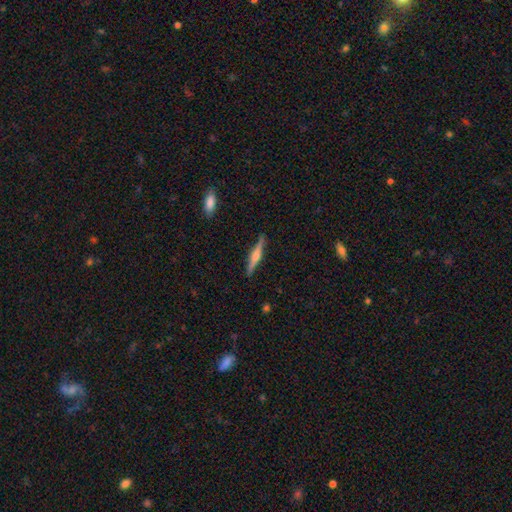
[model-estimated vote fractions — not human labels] Smooth or featured? featured or disk (68%)
Edge-on disk? yes (98%)
Edge-on bulge? rounded (82%)
Merging? none (89%)